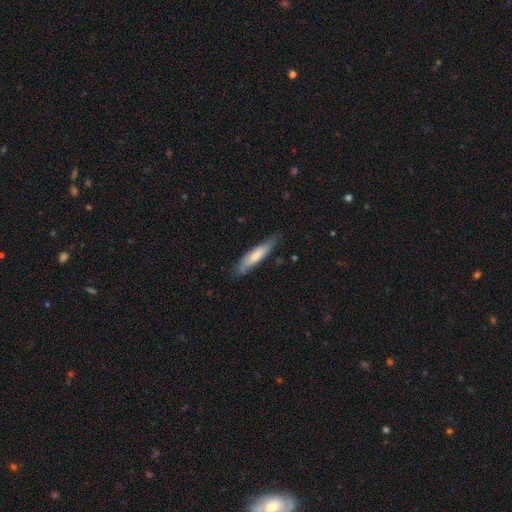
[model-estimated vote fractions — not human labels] Smooth or featured?
  - smooth: 65% *
  - featured or disk: 29%
  - star or artifact: 5%
How rounded?
  - cigar-shaped: 75% *
  - in between: 23%
  - round: 1%
Merging?
  - none: 71% *
  - minor disturbance: 23%
  - major disturbance: 4%
  - merger: 2%